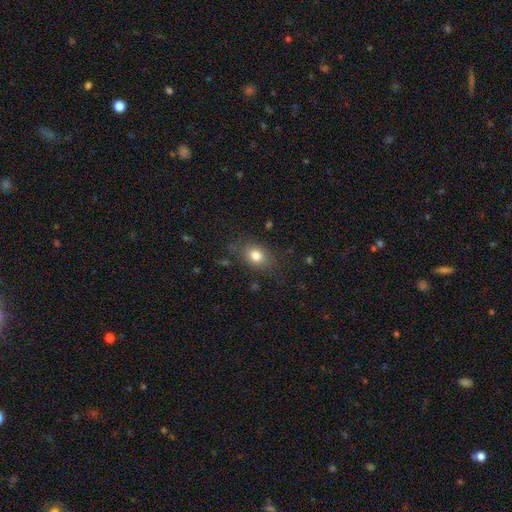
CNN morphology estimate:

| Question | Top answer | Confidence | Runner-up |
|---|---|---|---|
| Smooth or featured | smooth | 79% | star or artifact (11%) |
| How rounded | in between | 66% | round (33%) |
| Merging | none | 79% | minor disturbance (15%) |